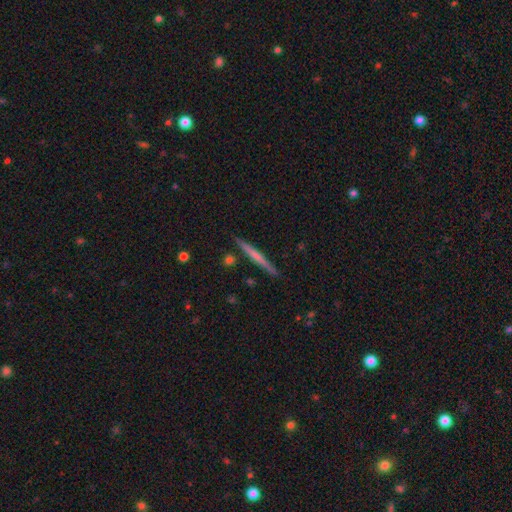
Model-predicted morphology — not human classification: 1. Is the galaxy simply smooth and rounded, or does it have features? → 51% featured or disk, 44% smooth, 6% star or artifact.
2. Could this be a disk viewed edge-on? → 97% yes, 3% no.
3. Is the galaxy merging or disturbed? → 90% none, 7% minor disturbance, 2% merger, 1% major disturbance.